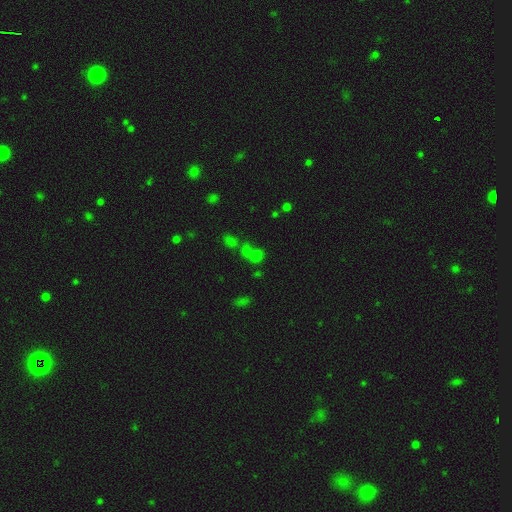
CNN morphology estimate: smooth 58%, star or artifact 31%, featured or disk 11%. Down the decision tree: how rounded — in between (53%); merging — merger (47%).